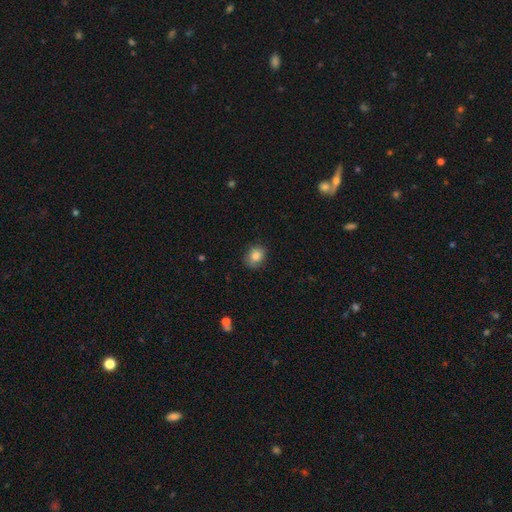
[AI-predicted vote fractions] The model was most divided on "how rounded": round: 55%, in between: 44%, cigar-shaped: 1%. More confident: smooth or featured — smooth (85%); merging — none (83%).